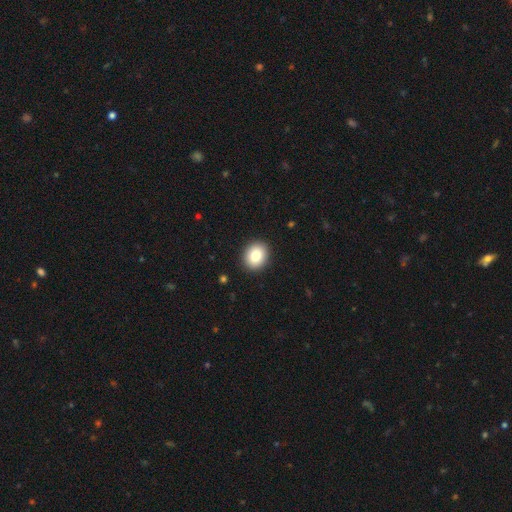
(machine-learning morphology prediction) Overall: smooth (83%). How rounded: round (63%; in between 36%). Merging: none (91%).